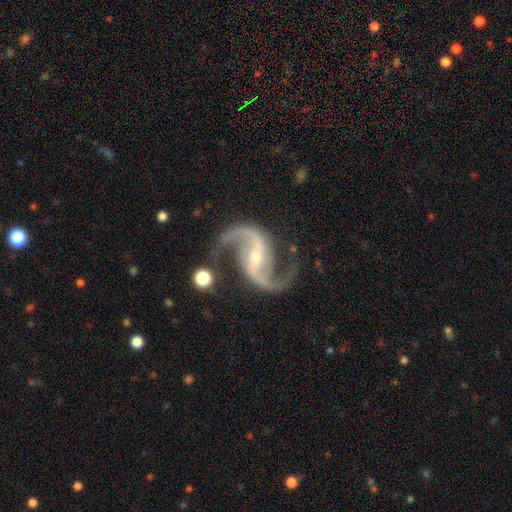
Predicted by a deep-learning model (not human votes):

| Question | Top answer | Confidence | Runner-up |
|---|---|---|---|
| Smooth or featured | featured or disk | 94% | star or artifact (4%) |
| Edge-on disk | no | 98% | yes (2%) |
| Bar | strong | 42% | weak (37%) |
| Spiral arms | yes | 99% | no (1%) |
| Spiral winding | loose | 47% | medium (45%) |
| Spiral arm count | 2 | 95% | 3 (1%) |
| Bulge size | small | 64% | moderate (32%) |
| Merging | none | 80% | minor disturbance (12%) |